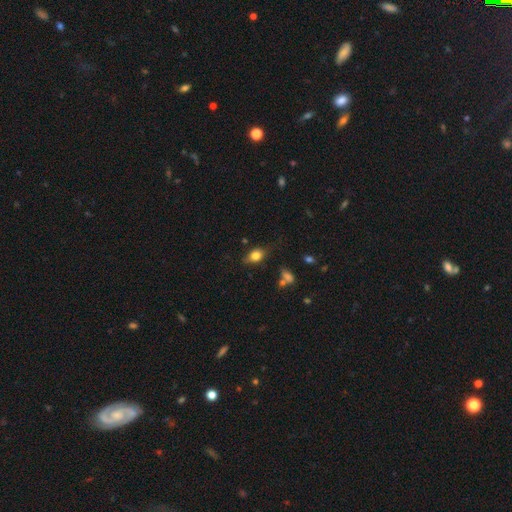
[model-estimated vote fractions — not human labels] Smooth or featured? Predicted: smooth (p=0.76). How rounded? Predicted: in between (p=0.75). Merging? Predicted: none (p=0.70).